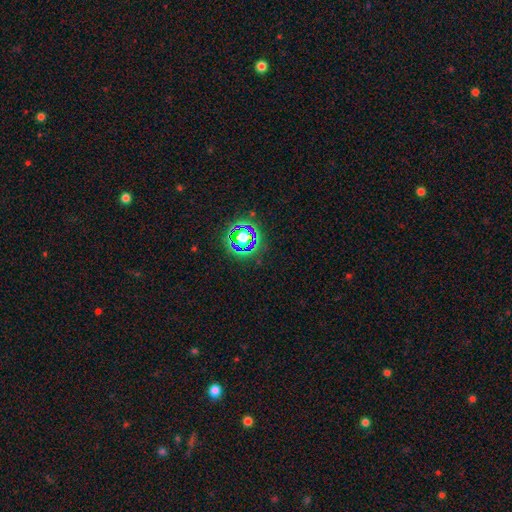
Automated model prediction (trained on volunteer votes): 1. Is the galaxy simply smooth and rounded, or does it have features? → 76% star or artifact, 16% smooth, 8% featured or disk.